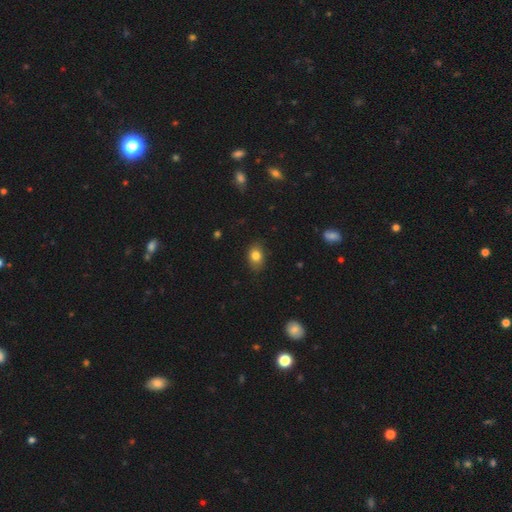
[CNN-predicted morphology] This is clearly a smooth galaxy (82%). How rounded: likely in between (69%). Merging: likely none (78%).